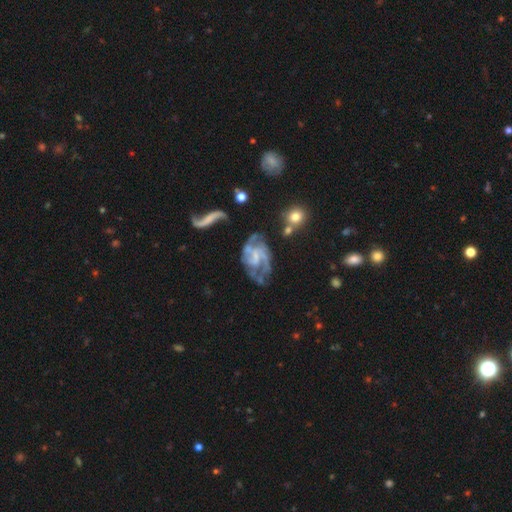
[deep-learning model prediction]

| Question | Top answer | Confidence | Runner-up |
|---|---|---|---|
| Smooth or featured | featured or disk | 83% | smooth (10%) |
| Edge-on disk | no | 97% | yes (3%) |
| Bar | no | 46% | weak (40%) |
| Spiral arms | yes | 88% | no (12%) |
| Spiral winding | medium | 45% | loose (30%) |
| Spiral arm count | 2 | 43% | can't tell (24%) |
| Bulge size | none | 43% | small (34%) |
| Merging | none | 42% | major disturbance (28%) |